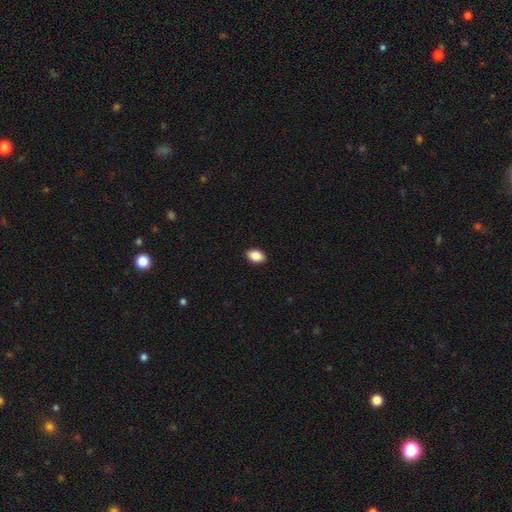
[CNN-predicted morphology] A smooth galaxy with no disk features (88%) that is in between round and cigar-shaped (88%).

Vote fractions:
- Smooth or featured? smooth: 88% / star or artifact: 7% / featured or disk: 4%
- How rounded? in between: 88% / round: 10% / cigar-shaped: 2%
- Merging? none: 90% / minor disturbance: 7% / major disturbance: 2% / merger: 1%